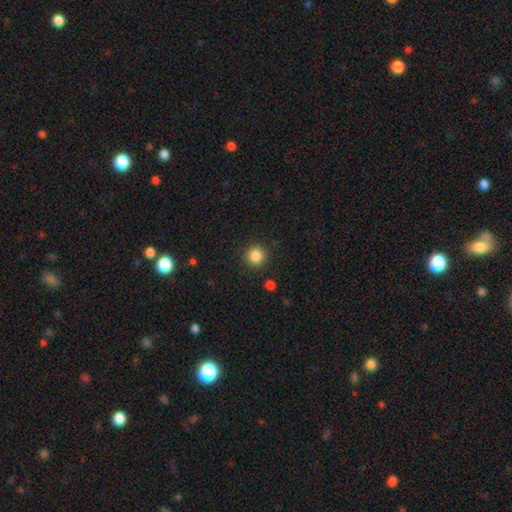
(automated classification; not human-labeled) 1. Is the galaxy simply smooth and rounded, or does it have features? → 86% smooth, 10% star or artifact, 4% featured or disk.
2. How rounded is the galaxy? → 94% round, 5% in between, 1% cigar-shaped.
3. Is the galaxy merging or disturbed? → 90% none, 6% minor disturbance, 2% major disturbance, 2% merger.